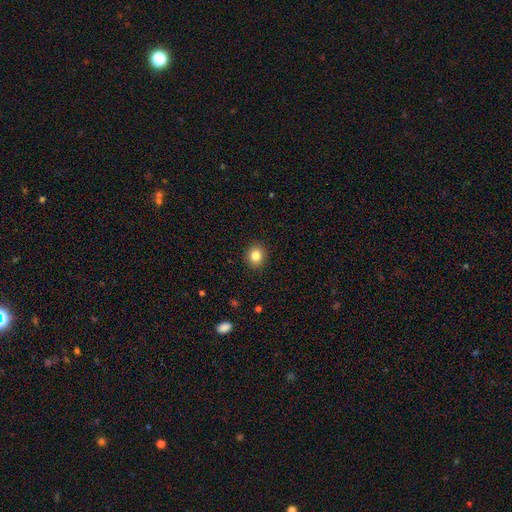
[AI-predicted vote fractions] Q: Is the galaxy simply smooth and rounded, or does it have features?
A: smooth — 84%.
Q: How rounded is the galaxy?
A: round — 71%.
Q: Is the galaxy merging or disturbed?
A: none — 90%.